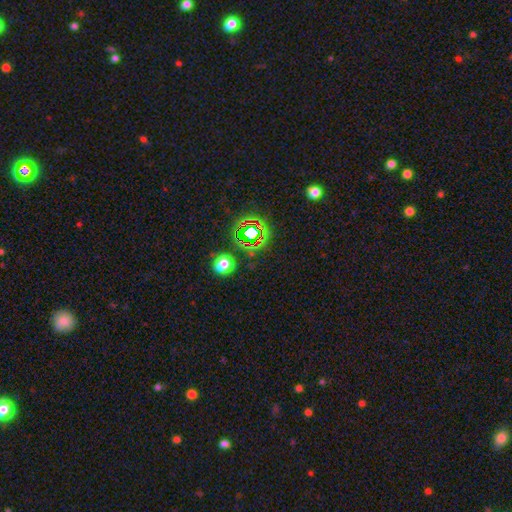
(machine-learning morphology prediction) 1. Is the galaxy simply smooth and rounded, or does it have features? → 59% star or artifact, 30% smooth, 11% featured or disk.